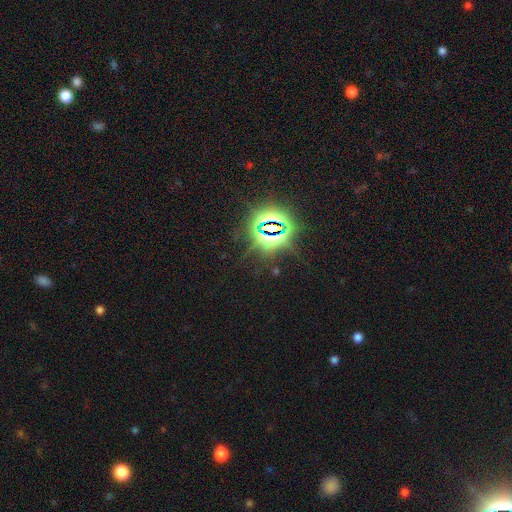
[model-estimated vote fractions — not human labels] Overall: star or artifact (81%).